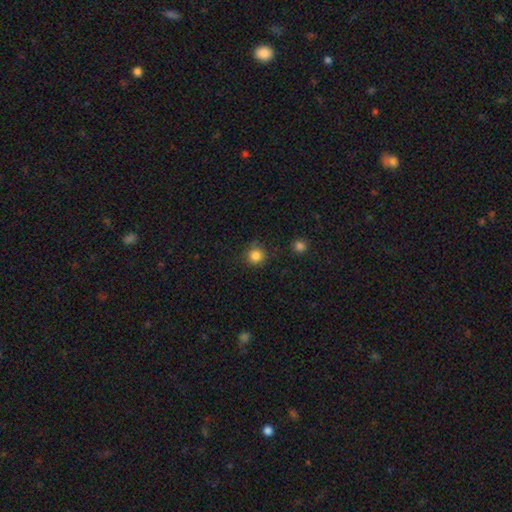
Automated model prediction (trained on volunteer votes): Smooth or featured? Predicted: smooth (p=0.84). How rounded? Predicted: round (p=0.93). Merging? Predicted: none (p=0.83).